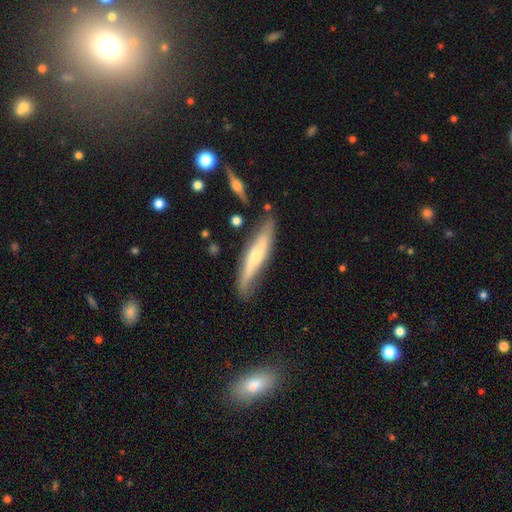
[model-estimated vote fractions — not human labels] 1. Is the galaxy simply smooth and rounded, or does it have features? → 54% featured or disk, 40% smooth, 6% star or artifact.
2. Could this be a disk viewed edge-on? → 70% yes, 30% no.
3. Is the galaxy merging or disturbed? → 72% none, 20% minor disturbance, 5% major disturbance, 4% merger.